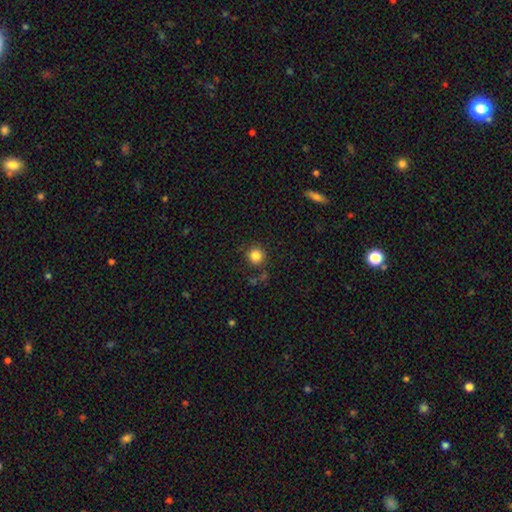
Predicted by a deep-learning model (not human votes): This appears to be a smooth galaxy with no disk features (85%) that is round (94%). Merging: none (83%).